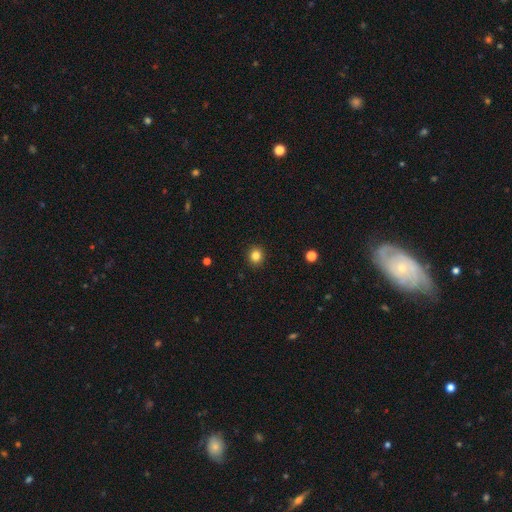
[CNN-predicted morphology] Smooth or featured?
  - smooth: 84% *
  - star or artifact: 12%
  - featured or disk: 5%
How rounded?
  - round: 83% *
  - in between: 16%
  - cigar-shaped: 1%
Merging?
  - none: 92% *
  - minor disturbance: 6%
  - major disturbance: 2%
  - merger: 1%